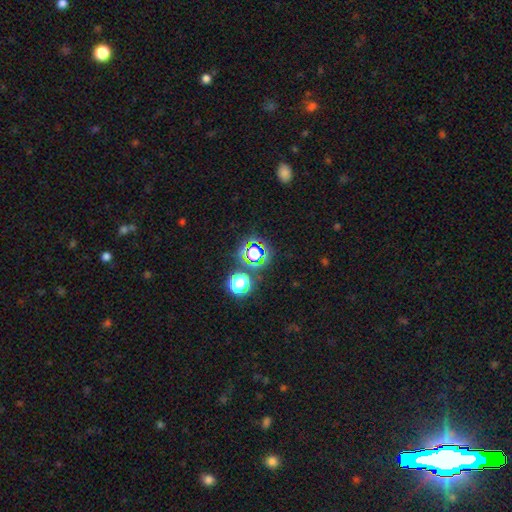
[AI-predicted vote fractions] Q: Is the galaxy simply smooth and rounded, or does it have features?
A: star or artifact — 62%.